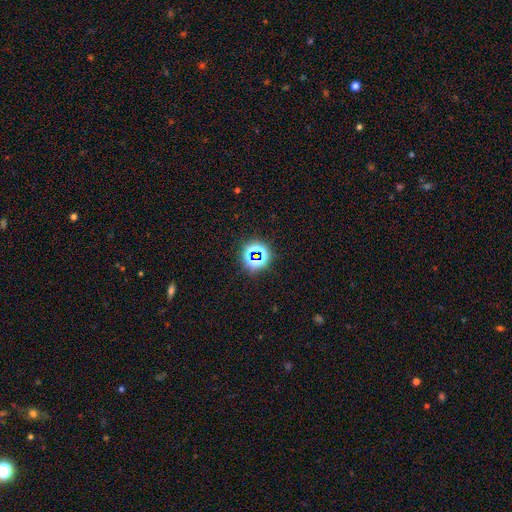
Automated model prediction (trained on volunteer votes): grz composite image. It shows a star or artifact, not a galaxy (68%).